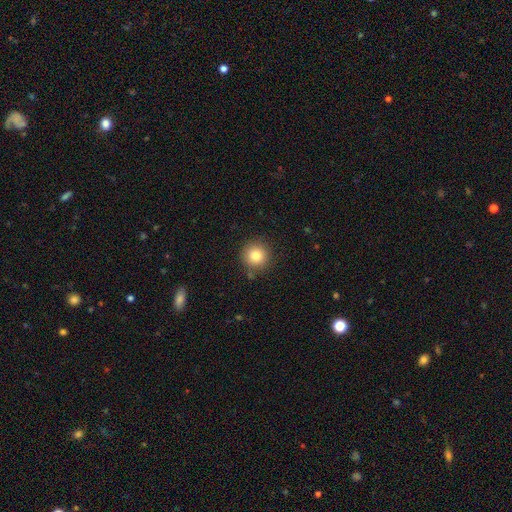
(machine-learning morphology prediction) Smooth or featured? smooth (81%)
How rounded? round (95%)
Merging? none (86%)